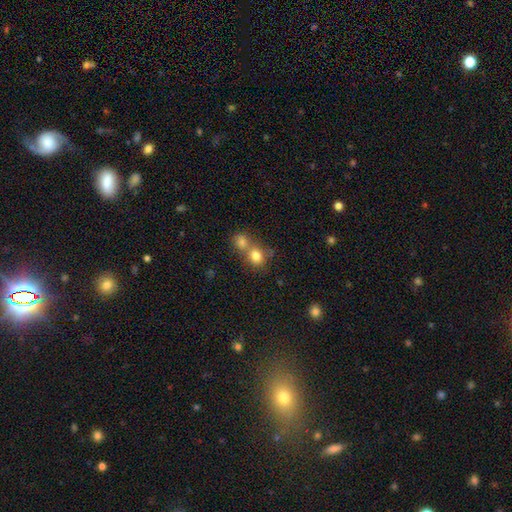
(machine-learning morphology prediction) The model was most divided on "merging": merger: 54%, none: 35%, minor disturbance: 7%, major disturbance: 3%. More confident: smooth or featured — smooth (79%); how rounded — round (69%).